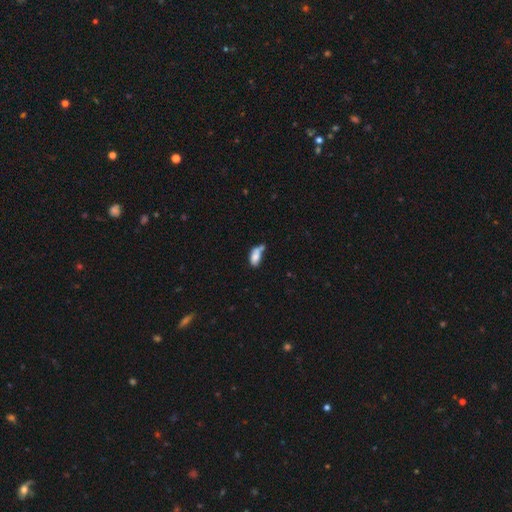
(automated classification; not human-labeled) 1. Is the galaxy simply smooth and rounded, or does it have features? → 75% smooth, 16% featured or disk, 9% star or artifact.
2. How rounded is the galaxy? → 87% in between, 9% cigar-shaped, 4% round.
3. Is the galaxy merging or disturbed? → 37% merger, 29% none, 22% minor disturbance, 13% major disturbance.